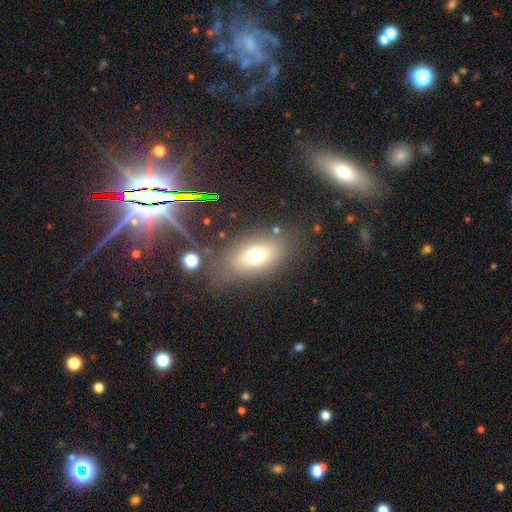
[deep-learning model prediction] A smooth galaxy with no disk features (69%) that is in between round and cigar-shaped (78%). Merging: none (73%).